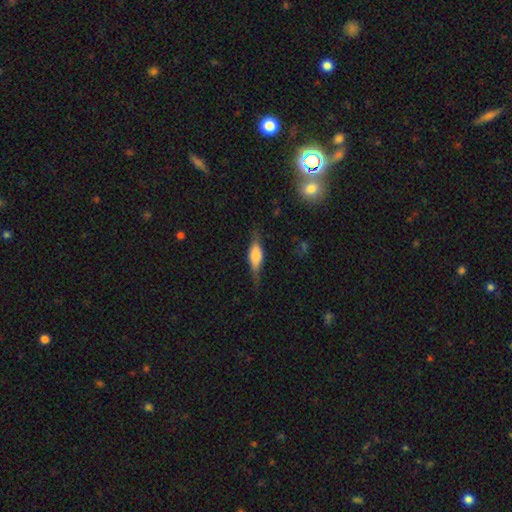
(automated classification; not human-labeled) Q: Smooth or featured?
A: featured or disk (52%); runner-up: smooth (41%)
Q: Edge-on disk?
A: yes (93%); runner-up: no (7%)
Q: Merging?
A: none (73%); runner-up: minor disturbance (19%)